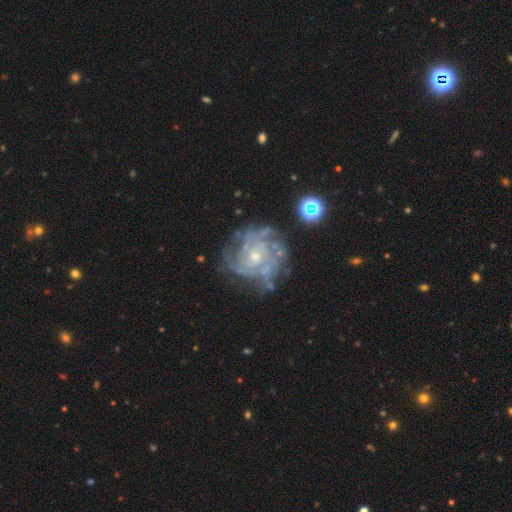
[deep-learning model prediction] Smooth or featured? featured or disk (86%)
Edge-on disk? no (98%)
Bar? no (74%)
Spiral arms? yes (95%)
Spiral winding? tight (68%)
Spiral arm count? can't tell (35%)
Bulge size? small (61%)
Merging? none (69%)